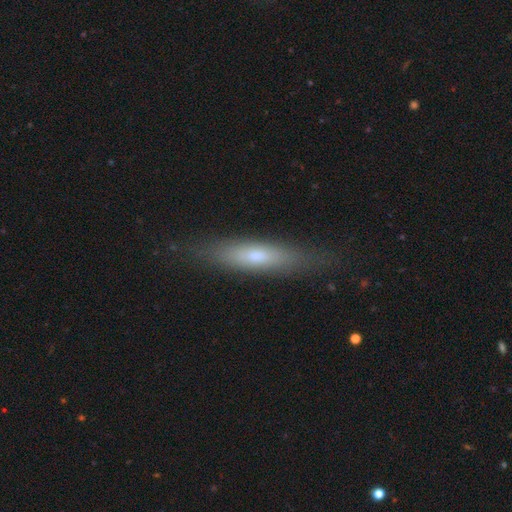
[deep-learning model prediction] Q: Smooth or featured?
A: smooth (57%); runner-up: featured or disk (35%)
Q: How rounded?
A: cigar-shaped (78%); runner-up: in between (20%)
Q: Merging?
A: none (84%); runner-up: minor disturbance (12%)